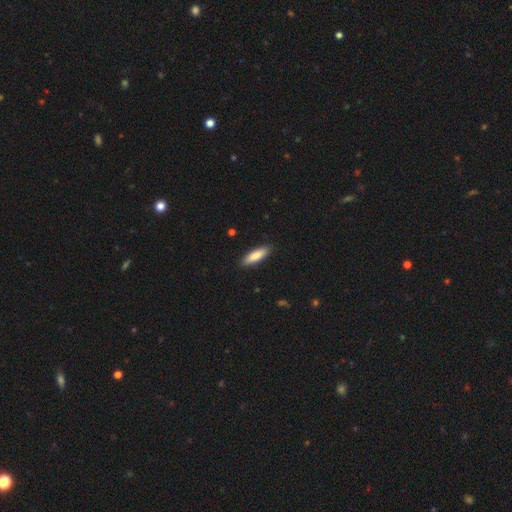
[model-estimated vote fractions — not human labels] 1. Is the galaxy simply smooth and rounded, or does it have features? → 85% smooth, 10% featured or disk, 5% star or artifact.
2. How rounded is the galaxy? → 57% cigar-shaped, 41% in between, 1% round.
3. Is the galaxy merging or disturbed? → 88% none, 9% minor disturbance, 2% major disturbance, 1% merger.